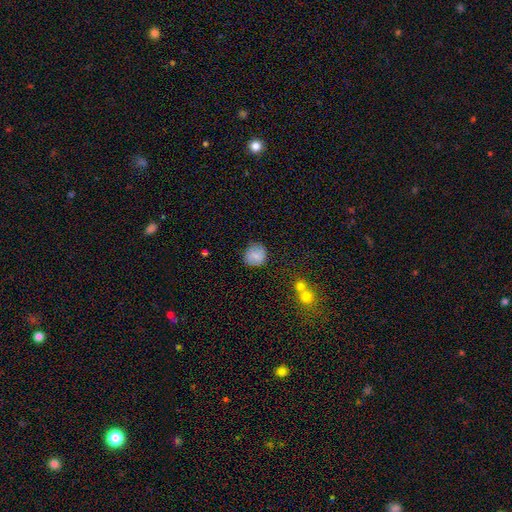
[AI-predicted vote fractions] A smooth galaxy with no disk features (80%) that is round (87%). Merging: none (80%).